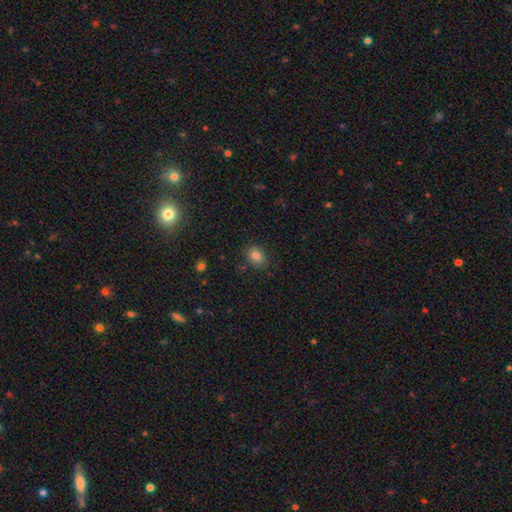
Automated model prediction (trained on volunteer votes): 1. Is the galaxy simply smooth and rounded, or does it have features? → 81% smooth, 11% star or artifact, 8% featured or disk.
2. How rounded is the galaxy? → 66% in between, 33% round, 1% cigar-shaped.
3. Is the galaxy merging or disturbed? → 83% none, 13% minor disturbance, 3% major disturbance, 2% merger.